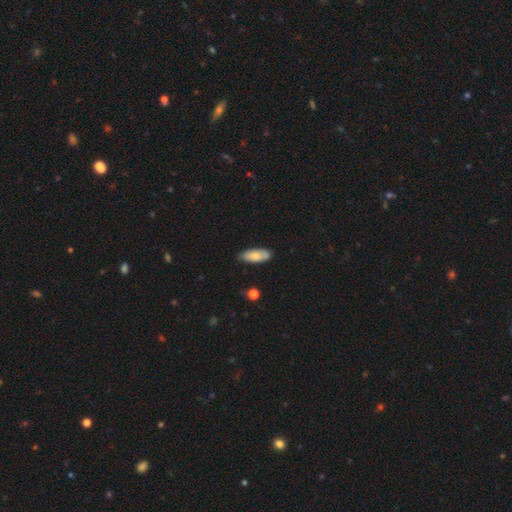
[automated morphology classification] Overall: smooth (76%). How rounded: in between (82%). Merging: none (73%).